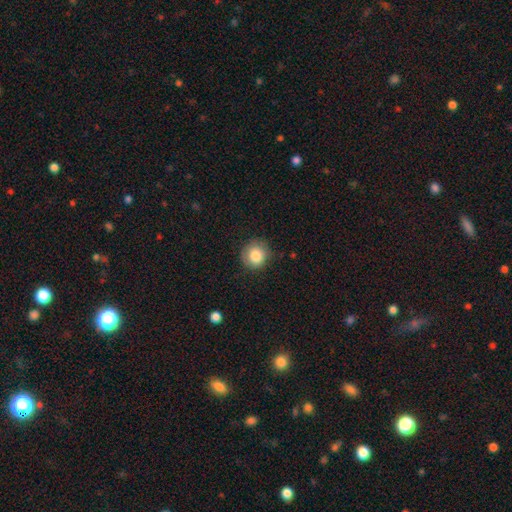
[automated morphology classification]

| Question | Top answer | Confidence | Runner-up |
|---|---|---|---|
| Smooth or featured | smooth | 84% | star or artifact (9%) |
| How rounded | round | 90% | in between (9%) |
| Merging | none | 80% | minor disturbance (15%) |